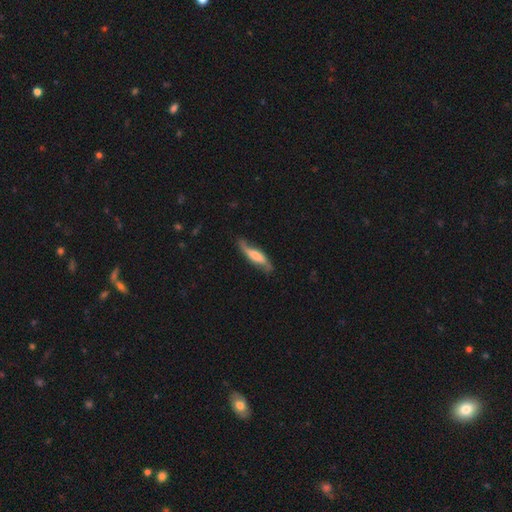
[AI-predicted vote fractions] A featured or disk galaxy (57%). Merging: none (68%).